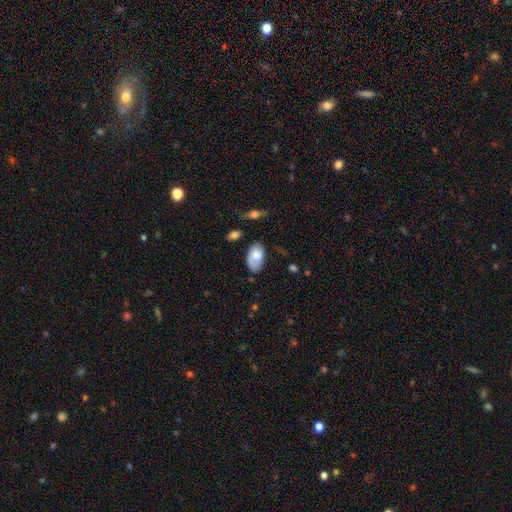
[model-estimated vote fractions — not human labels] Smooth or featured? smooth (76%)
How rounded? in between (94%)
Merging? none (58%)